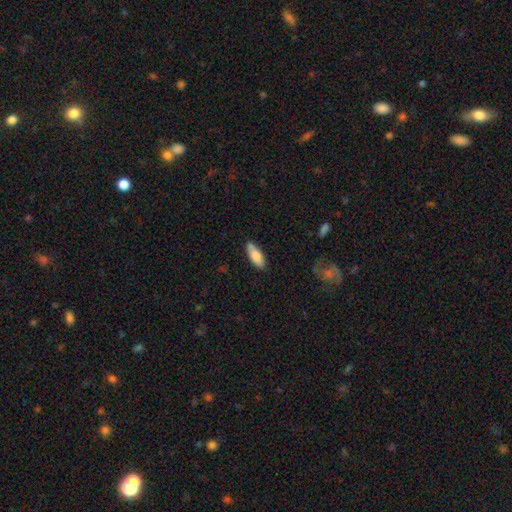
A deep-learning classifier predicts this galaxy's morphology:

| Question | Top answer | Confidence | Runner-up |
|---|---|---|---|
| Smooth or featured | smooth | 82% | featured or disk (12%) |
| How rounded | in between | 70% | cigar-shaped (28%) |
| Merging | none | 79% | minor disturbance (16%) |